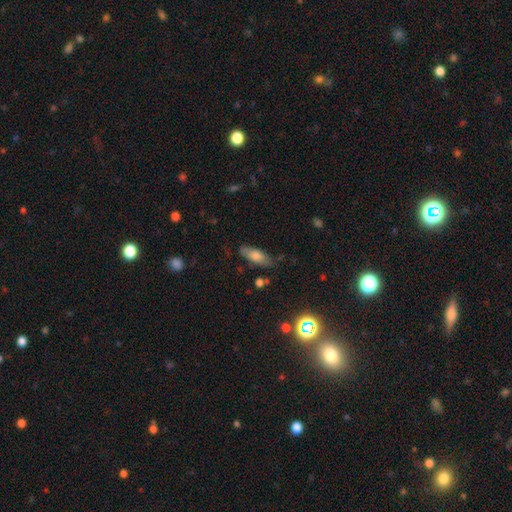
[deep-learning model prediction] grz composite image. It shows a smooth galaxy with no disk features (73%) that is in between round and cigar-shaped (68%). Merging: none (71%).